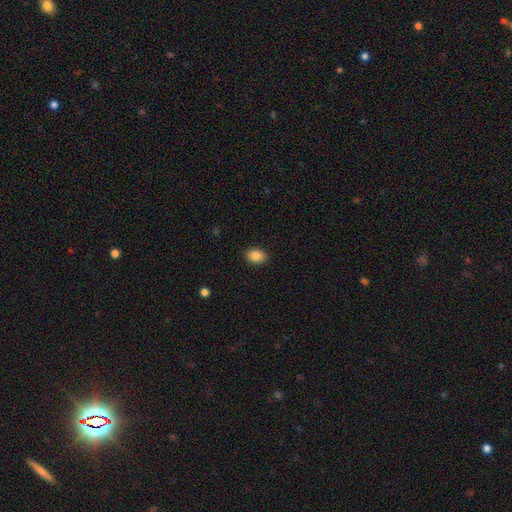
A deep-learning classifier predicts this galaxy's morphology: smooth 88%, star or artifact 8%, featured or disk 4%. Down the decision tree: how rounded — in between (71%); merging — none (90%).